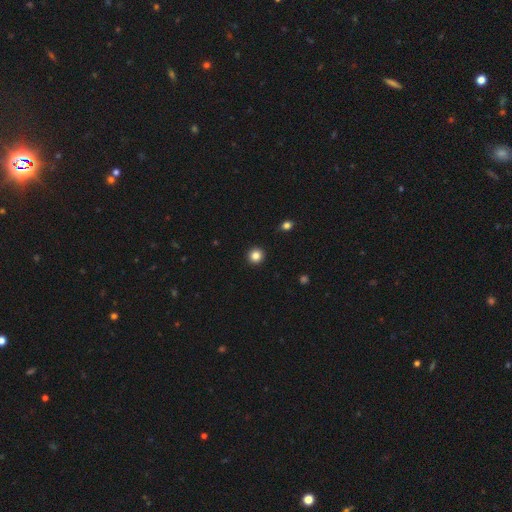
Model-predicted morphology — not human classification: Overall: smooth (84%). How rounded: round (94%). Merging: none (93%).